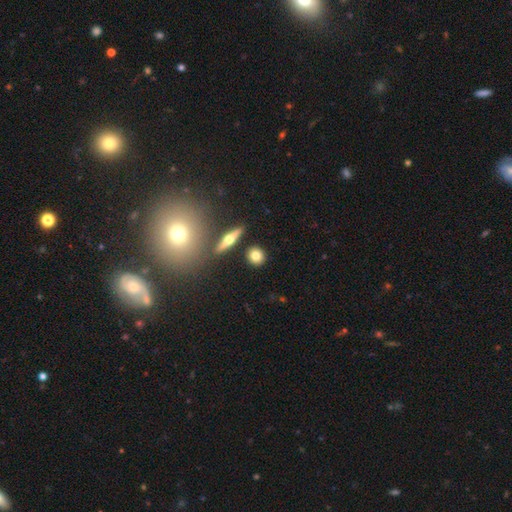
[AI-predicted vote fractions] smooth 76%, featured or disk 15%, star or artifact 9%. Down the decision tree: how rounded — round (80%); merging — none (86%).